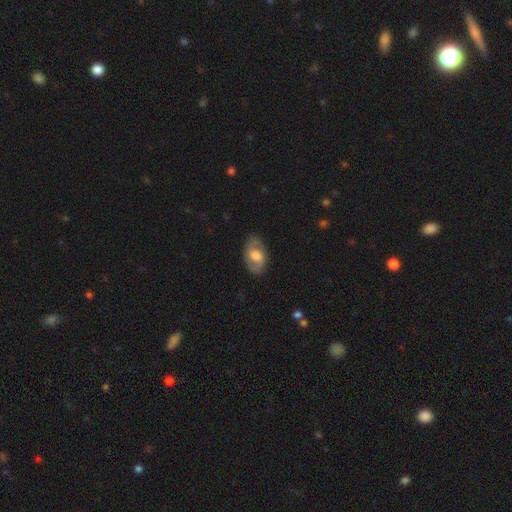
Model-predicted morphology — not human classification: Q: Smooth or featured?
A: featured or disk (60%); runner-up: smooth (34%)
Q: Edge-on disk?
A: no (93%); runner-up: yes (7%)
Q: Bar?
A: no (46%); runner-up: weak (41%)
Q: Spiral arms?
A: yes (66%); runner-up: no (34%)
Q: Bulge size?
A: moderate (43%); runner-up: large (41%)
Q: Merging?
A: none (78%); runner-up: minor disturbance (15%)